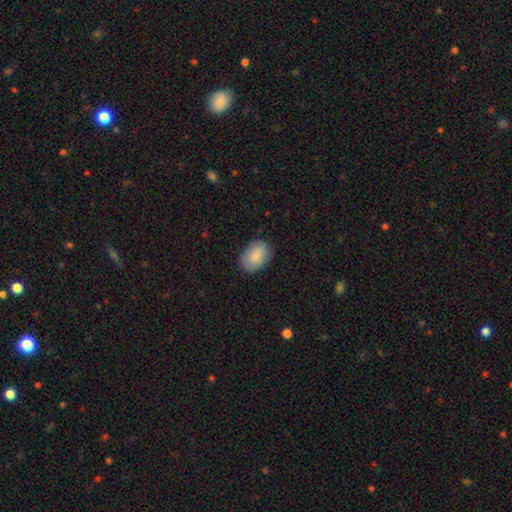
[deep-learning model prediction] Smooth or featured? Predicted: smooth (p=0.86). How rounded? Predicted: in between (p=0.85). Merging? Predicted: none (p=0.85).